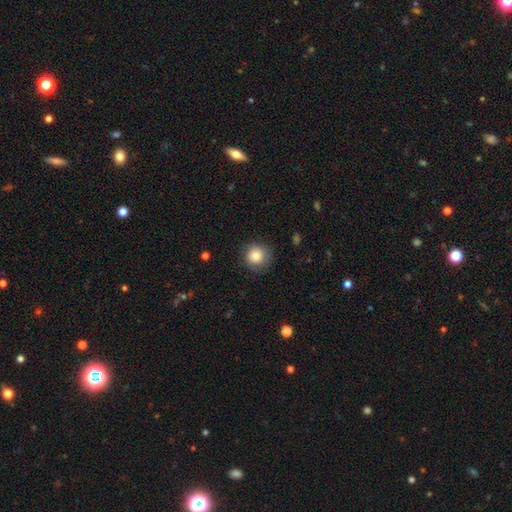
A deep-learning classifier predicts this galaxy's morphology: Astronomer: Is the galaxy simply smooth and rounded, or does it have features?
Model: smooth — 83%.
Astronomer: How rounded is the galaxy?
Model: round — 92%.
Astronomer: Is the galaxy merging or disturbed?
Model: none — 81%.